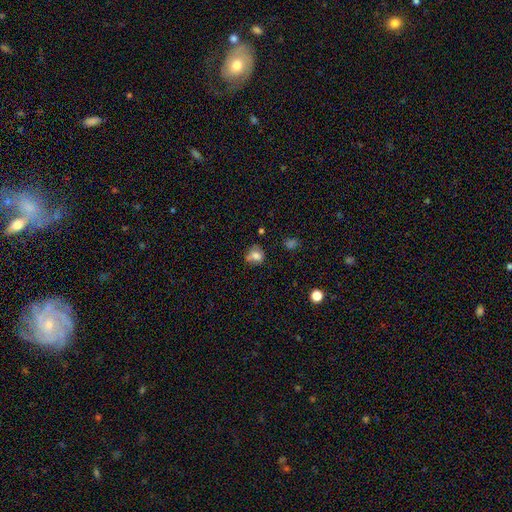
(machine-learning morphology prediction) Smooth or featured? Predicted: smooth (p=0.75). How rounded? Predicted: round (p=0.65). Merging? Predicted: none (p=0.49).